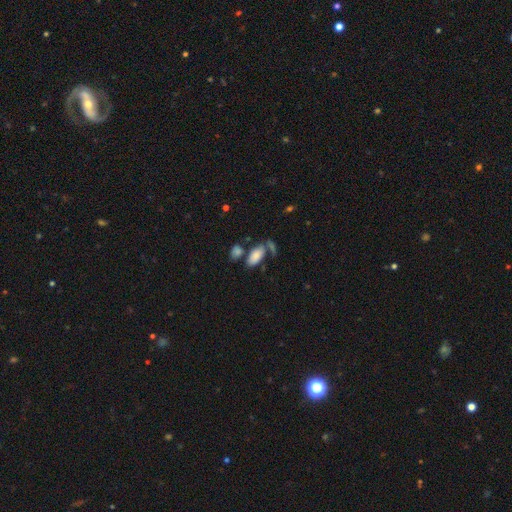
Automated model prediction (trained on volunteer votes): Smooth or featured: smooth — 81% (featured or disk — 11%)
How rounded: in between — 92% (cigar-shaped — 5%)
Merging: none — 53% (merger — 23%)